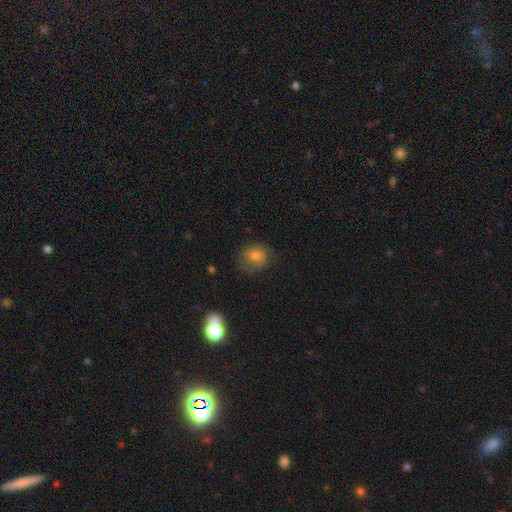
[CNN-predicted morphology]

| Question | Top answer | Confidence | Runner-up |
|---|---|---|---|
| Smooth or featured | smooth | 68% | featured or disk (20%) |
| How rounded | round | 68% | in between (31%) |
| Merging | none | 66% | minor disturbance (22%) |